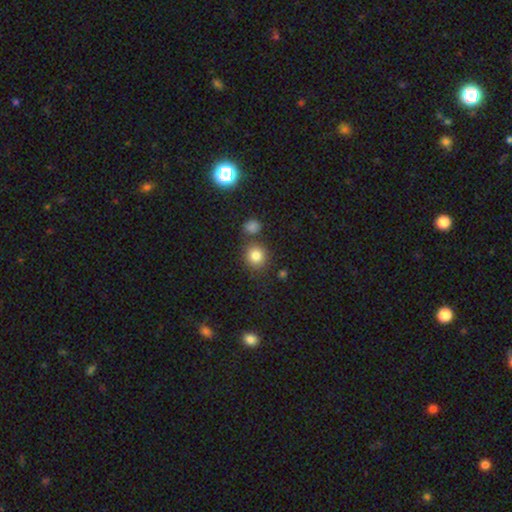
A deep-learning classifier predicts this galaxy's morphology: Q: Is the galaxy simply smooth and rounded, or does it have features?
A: smooth — 82%.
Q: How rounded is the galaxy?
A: round — 88%.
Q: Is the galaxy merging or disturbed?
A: none — 76%.